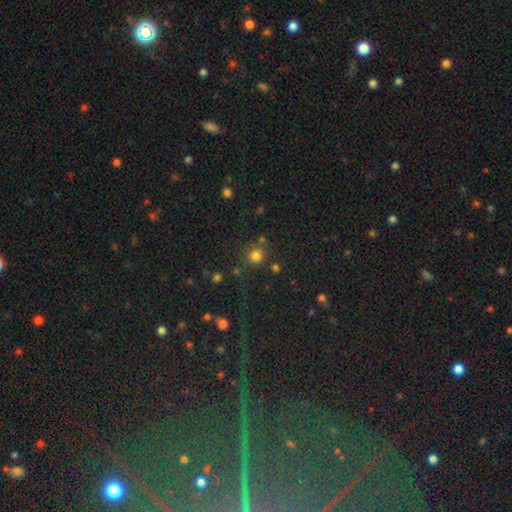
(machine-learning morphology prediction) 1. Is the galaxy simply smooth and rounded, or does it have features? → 77% smooth, 17% star or artifact, 6% featured or disk.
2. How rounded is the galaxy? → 93% round, 6% in between, 1% cigar-shaped.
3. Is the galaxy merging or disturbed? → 78% none, 9% minor disturbance, 8% merger, 4% major disturbance.